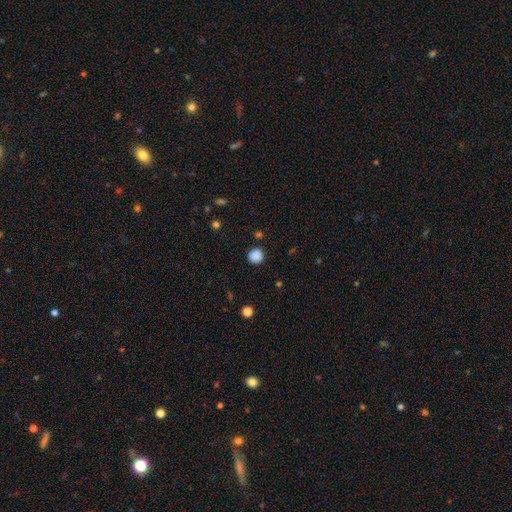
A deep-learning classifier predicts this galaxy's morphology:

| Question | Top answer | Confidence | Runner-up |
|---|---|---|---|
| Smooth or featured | smooth | 87% | star or artifact (10%) |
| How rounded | round | 92% | in between (7%) |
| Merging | none | 87% | minor disturbance (9%) |